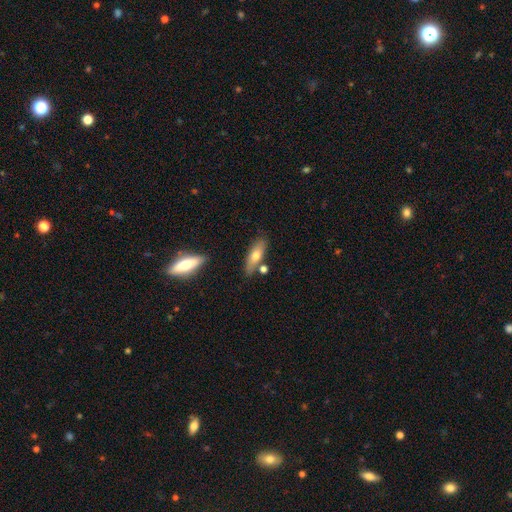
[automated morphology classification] Overall: smooth (68%). How rounded: in between (61%; cigar-shaped 36%). Merging: none (69%).